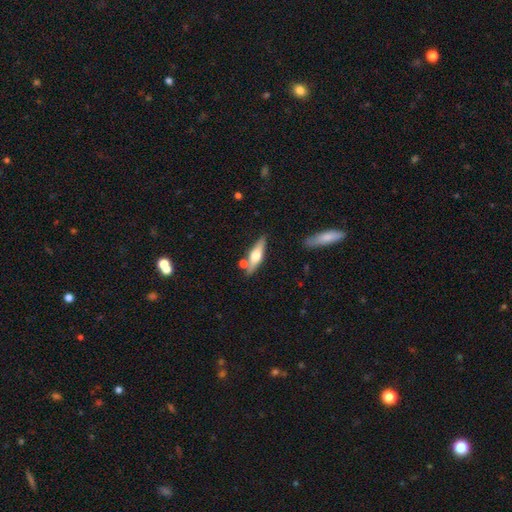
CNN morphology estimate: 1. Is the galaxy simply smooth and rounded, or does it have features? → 55% featured or disk, 39% smooth, 6% star or artifact.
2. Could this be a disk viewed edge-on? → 92% yes, 8% no.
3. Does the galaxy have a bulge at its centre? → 94% rounded, 4% boxy, 2% none.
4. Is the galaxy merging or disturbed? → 77% none, 11% minor disturbance, 9% merger, 3% major disturbance.